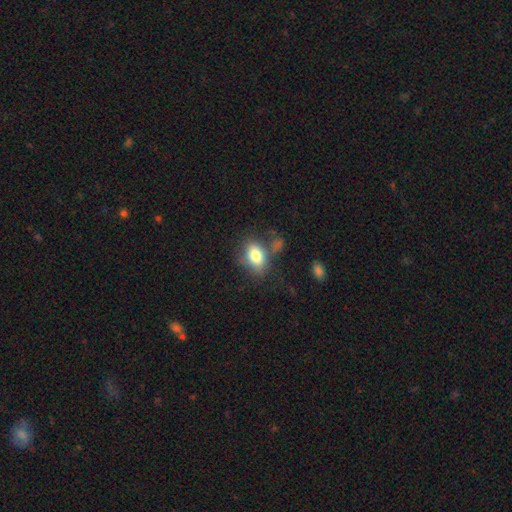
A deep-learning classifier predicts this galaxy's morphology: smooth_or_featured: smooth (p=0.79) [alt: featured or disk p=0.13]
how_rounded: in between (p=0.82) [alt: round p=0.16]
merging: none (p=0.59) [alt: minor disturbance p=0.20]